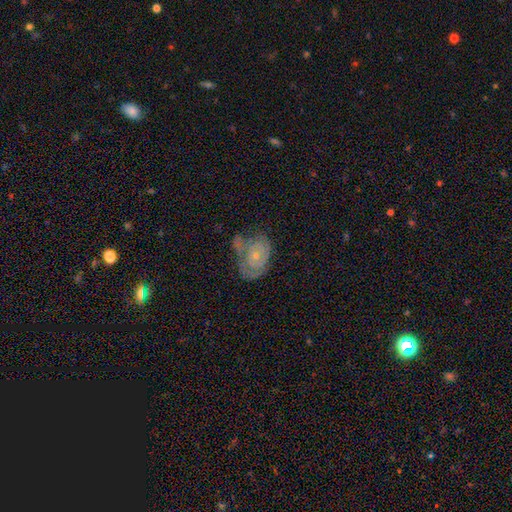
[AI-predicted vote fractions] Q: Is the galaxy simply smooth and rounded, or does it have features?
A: featured or disk — 76%.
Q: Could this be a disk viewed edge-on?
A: no — 97%.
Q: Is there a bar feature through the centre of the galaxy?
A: no — 80%.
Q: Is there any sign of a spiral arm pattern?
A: yes — 84%.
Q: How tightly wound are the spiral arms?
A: tight — 70%.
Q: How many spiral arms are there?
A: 2 — 40%.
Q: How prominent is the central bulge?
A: small — 67%.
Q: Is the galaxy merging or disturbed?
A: none — 42%.